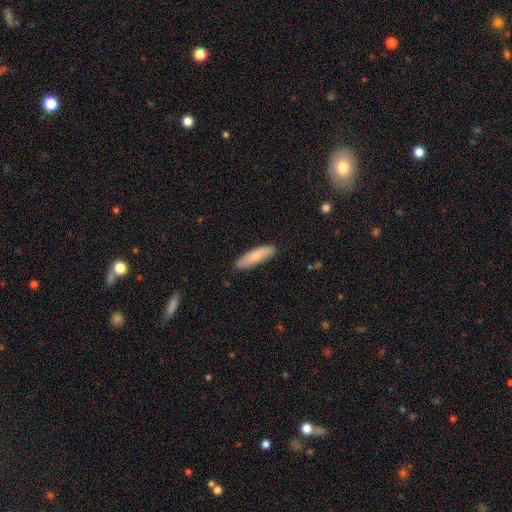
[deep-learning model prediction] Q: Smooth or featured?
A: smooth (82%); runner-up: featured or disk (12%)
Q: How rounded?
A: cigar-shaped (61%); runner-up: in between (38%)
Q: Merging?
A: none (87%); runner-up: minor disturbance (10%)